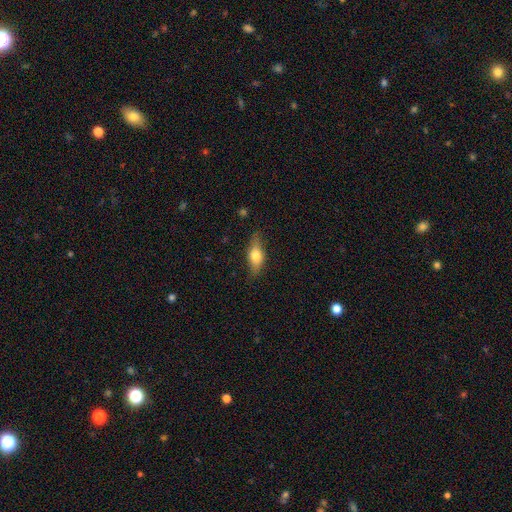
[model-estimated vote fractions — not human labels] This appears to be a smooth galaxy with no disk features (63%) that is in between round and cigar-shaped (69%). Merging: none (78%).